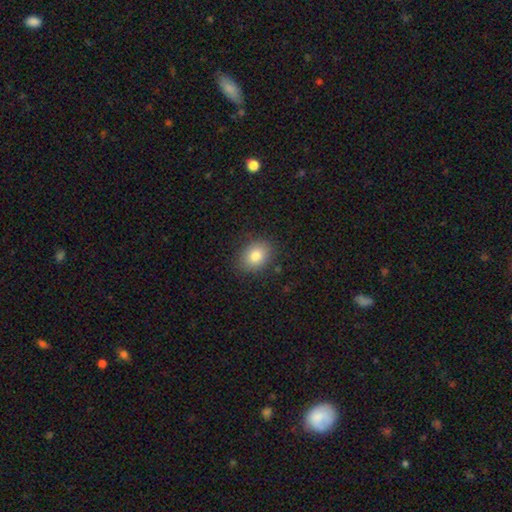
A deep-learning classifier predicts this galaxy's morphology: smooth-or-featured: smooth: 82% | star or artifact: 9% | featured or disk: 9%
  how-rounded: in between: 61% | round: 38% | cigar-shaped: 1%
  merging: none: 85% | minor disturbance: 11% | major disturbance: 3% | merger: 1%